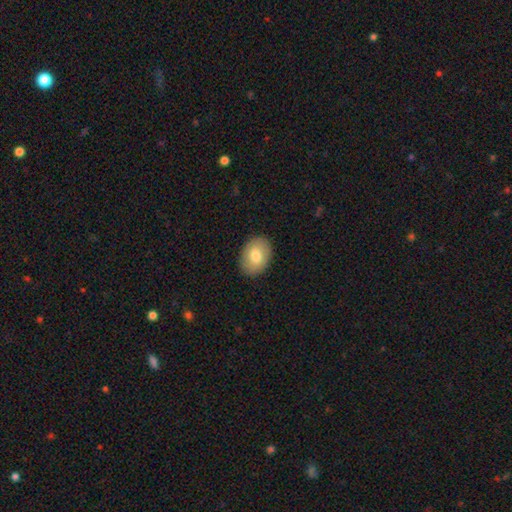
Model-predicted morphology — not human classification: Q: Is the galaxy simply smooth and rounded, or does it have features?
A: smooth — 78%.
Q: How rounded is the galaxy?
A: in between — 78%.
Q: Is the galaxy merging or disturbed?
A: none — 89%.